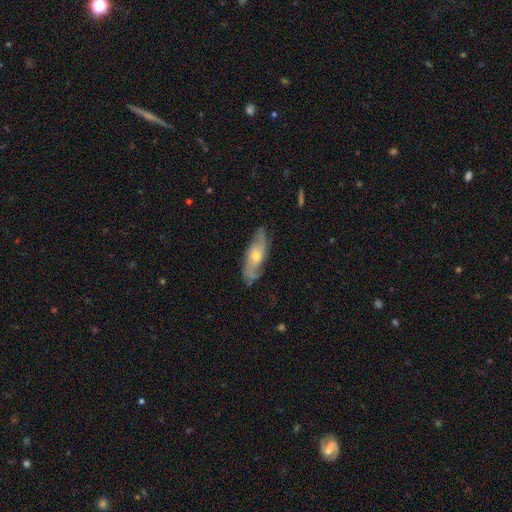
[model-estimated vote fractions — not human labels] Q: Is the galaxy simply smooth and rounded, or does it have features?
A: featured or disk — 73%.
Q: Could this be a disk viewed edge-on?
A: no — 81%.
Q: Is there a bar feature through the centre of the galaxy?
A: no — 67%.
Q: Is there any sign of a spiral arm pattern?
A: yes — 88%.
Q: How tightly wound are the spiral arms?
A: medium — 44%.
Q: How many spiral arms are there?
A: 2 — 60%.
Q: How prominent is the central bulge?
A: moderate — 64%.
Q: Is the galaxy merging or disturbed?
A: none — 78%.